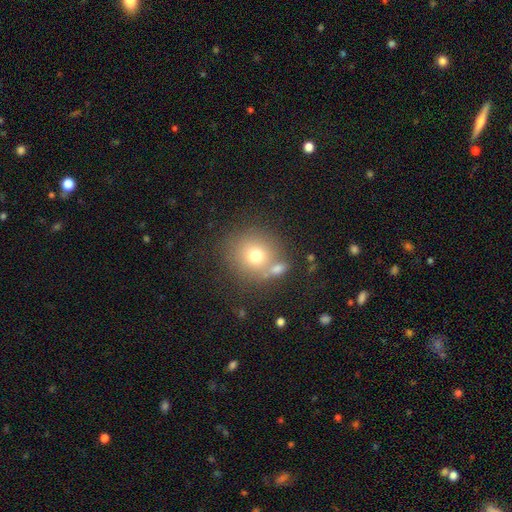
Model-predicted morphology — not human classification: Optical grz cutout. It shows a smooth galaxy with no disk features (72%) that is round (89%). Merging: none (67%).